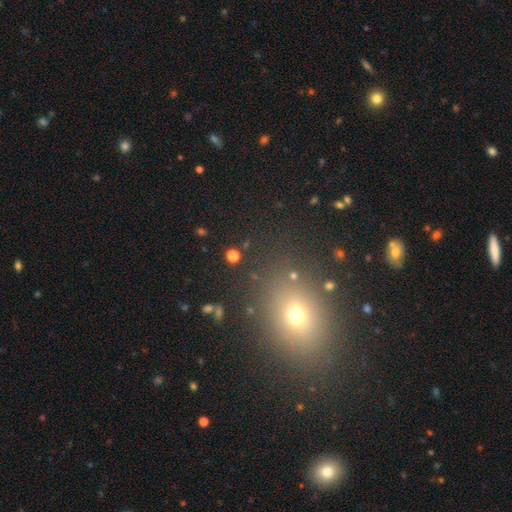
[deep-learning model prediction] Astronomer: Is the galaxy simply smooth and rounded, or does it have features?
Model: smooth — 60%.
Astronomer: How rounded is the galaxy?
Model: in between — 56% (runner-up: round, 42%).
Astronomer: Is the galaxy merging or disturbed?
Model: none — 86%.